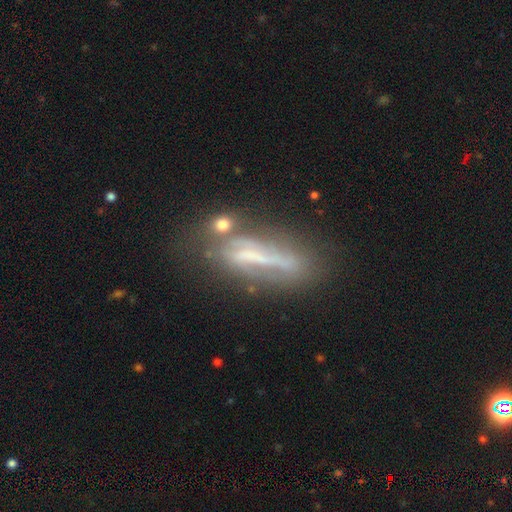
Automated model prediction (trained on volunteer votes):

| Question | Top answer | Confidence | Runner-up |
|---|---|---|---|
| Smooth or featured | featured or disk | 62% | smooth (27%) |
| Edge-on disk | yes | 60% | no (40%) |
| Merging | none | 51% | minor disturbance (21%) |